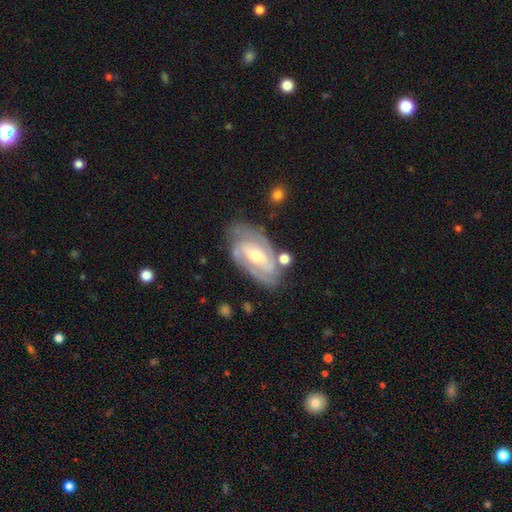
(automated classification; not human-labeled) Smooth or featured?
  - featured or disk: 84% *
  - smooth: 11%
  - star or artifact: 5%
Edge-on disk?
  - no: 95% *
  - yes: 5%
Bar?
  - weak: 42% *
  - no: 29%
  - strong: 29%
Spiral arms?
  - yes: 94% *
  - no: 6%
Spiral winding?
  - tight: 57% *
  - medium: 35%
  - loose: 8%
Spiral arm count?
  - 2: 51% *
  - 3: 20%
  - can't tell: 19%
  - 4: 4%
  - 1: 3%
  - more than 4: 3%
Bulge size?
  - moderate: 52% *
  - small: 43%
  - large: 3%
  - none: 1%
  - dominant: 1%
Merging?
  - none: 71% *
  - minor disturbance: 18%
  - major disturbance: 6%
  - merger: 5%